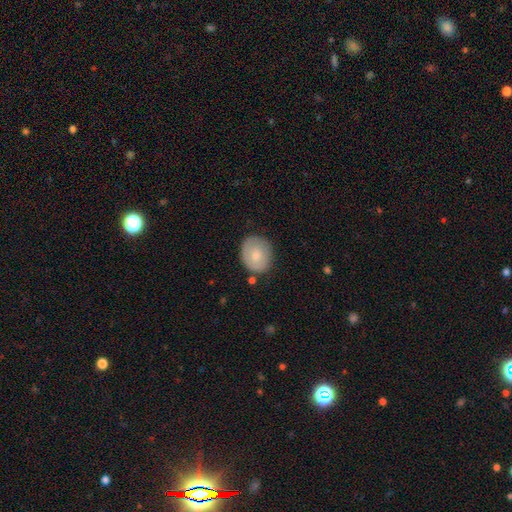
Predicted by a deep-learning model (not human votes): smooth 71%, featured or disk 22%, star or artifact 6%. Down the decision tree: how rounded — round (67%); merging — none (76%).